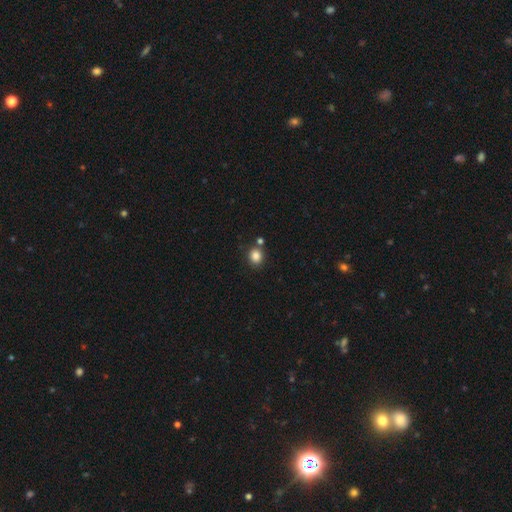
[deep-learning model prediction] smooth 85%, star or artifact 11%, featured or disk 5%. Down the decision tree: how rounded — round (76%); merging — none (78%).